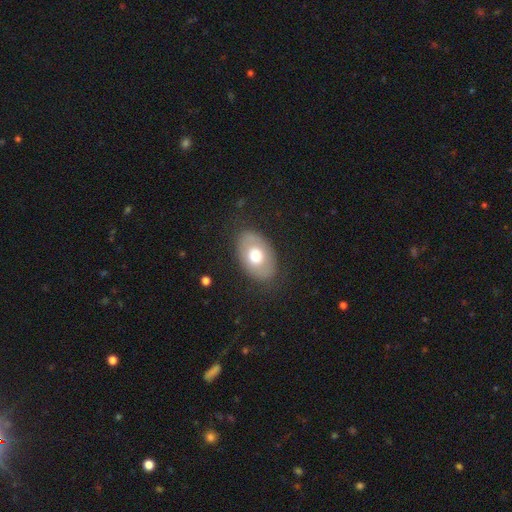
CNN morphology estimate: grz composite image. It shows a smooth galaxy with no disk features (61%) that is in between round and cigar-shaped (85%). Merging: none (82%).